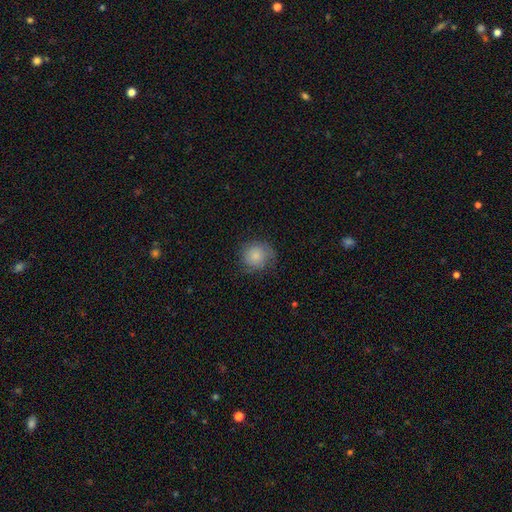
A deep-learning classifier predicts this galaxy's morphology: Smooth or featured? Predicted: smooth (p=0.74). How rounded? Predicted: round (p=0.88). Merging? Predicted: none (p=0.67).